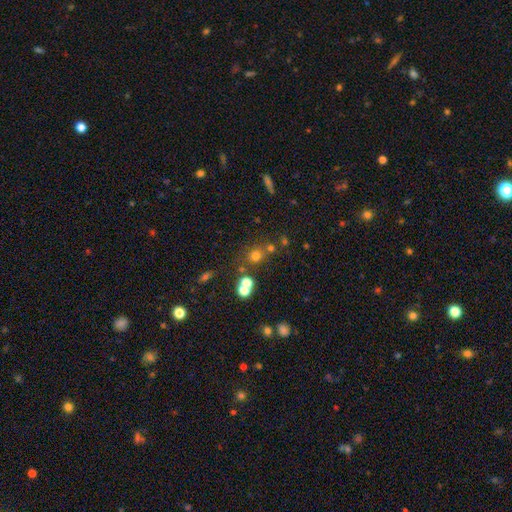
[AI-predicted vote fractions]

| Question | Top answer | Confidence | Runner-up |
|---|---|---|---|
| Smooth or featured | smooth | 67% | star or artifact (23%) |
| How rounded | round | 83% | in between (16%) |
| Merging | none | 64% | merger (20%) |